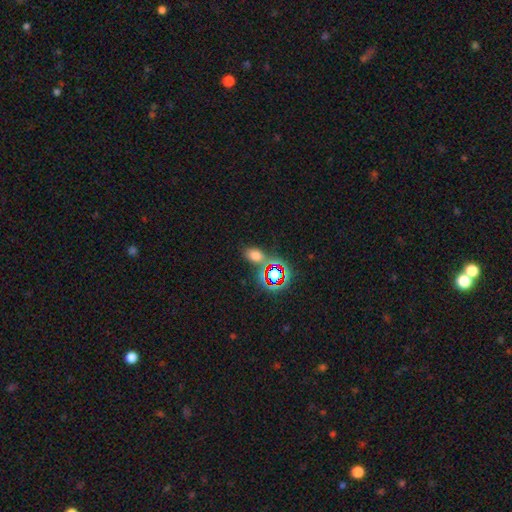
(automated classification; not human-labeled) A smooth galaxy with no disk features (61%) that is in between round and cigar-shaped (78%). Merging: none (65%).